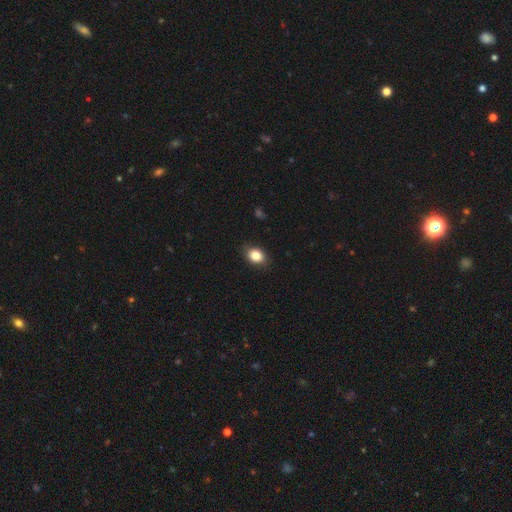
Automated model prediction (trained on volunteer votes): Overall: smooth (84%). How rounded: in between (63%; round 36%). Merging: none (85%).